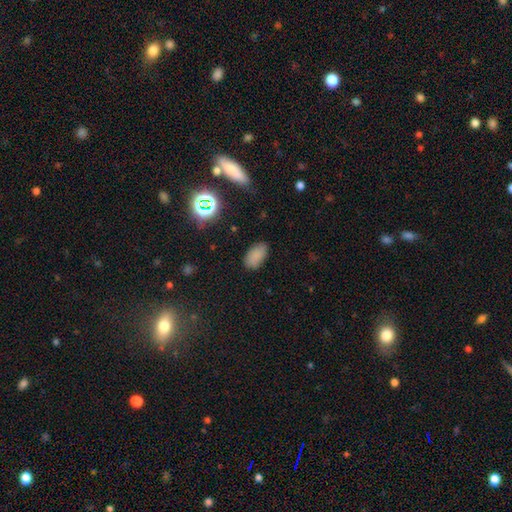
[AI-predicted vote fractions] A smooth galaxy with no disk features (82%) that is in between round and cigar-shaped (93%). Merging: none (81%).